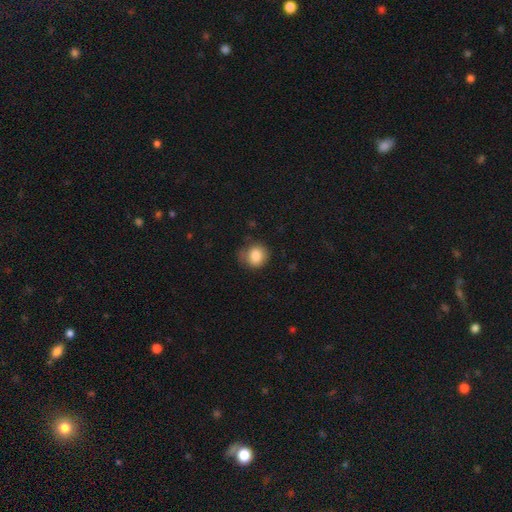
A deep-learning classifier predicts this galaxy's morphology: The model was most divided on "merging": none: 63%, minor disturbance: 27%, major disturbance: 9%, merger: 2%. More confident: smooth or featured — smooth (84%); how rounded — round (76%).